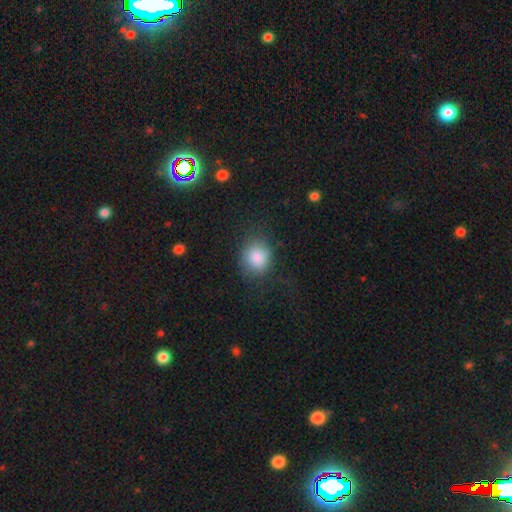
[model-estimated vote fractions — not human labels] This appears to be a smooth galaxy with no disk features (74%) that is round (73%). Merging: none (77%).